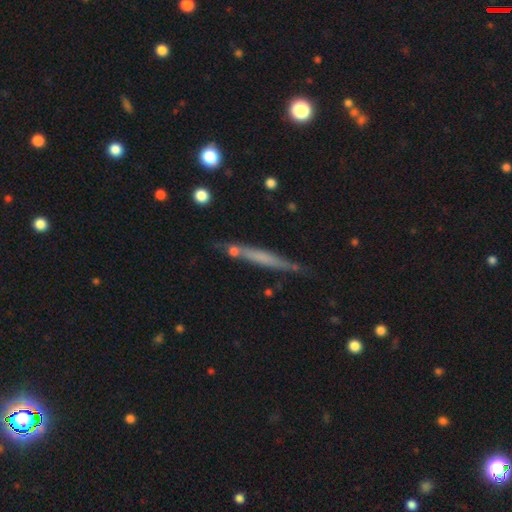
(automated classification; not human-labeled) Morphology: type=featured or disk (48%); merging=none (77%).